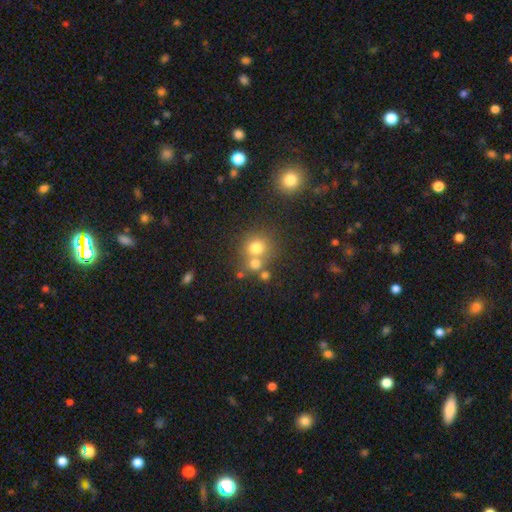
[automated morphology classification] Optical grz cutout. It shows a smooth galaxy with no disk features (65%) that is round (88%). Merging: none (60%).